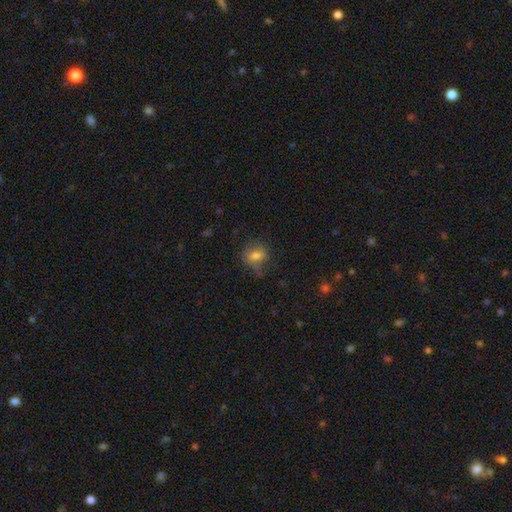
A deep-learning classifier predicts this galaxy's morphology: smooth_or_featured: smooth (p=0.72) [alt: featured or disk p=0.17]
how_rounded: round (p=0.57) [alt: in between p=0.42]
merging: none (p=0.62) [alt: minor disturbance p=0.24]